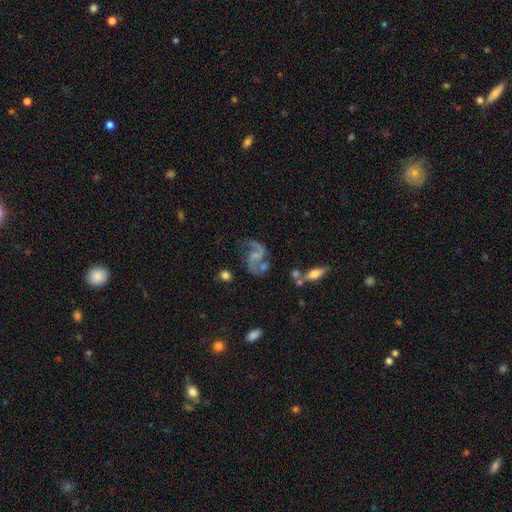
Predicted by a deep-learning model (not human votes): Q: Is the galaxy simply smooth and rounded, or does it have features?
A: featured or disk — 86%.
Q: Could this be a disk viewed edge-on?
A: no — 97%.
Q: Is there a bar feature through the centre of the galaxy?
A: no — 49%.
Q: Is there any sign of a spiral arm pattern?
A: yes — 96%.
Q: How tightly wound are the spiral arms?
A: loose — 58%.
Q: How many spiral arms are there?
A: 2 — 91%.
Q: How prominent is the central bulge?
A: small — 41%.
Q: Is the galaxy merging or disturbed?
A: none — 61%.